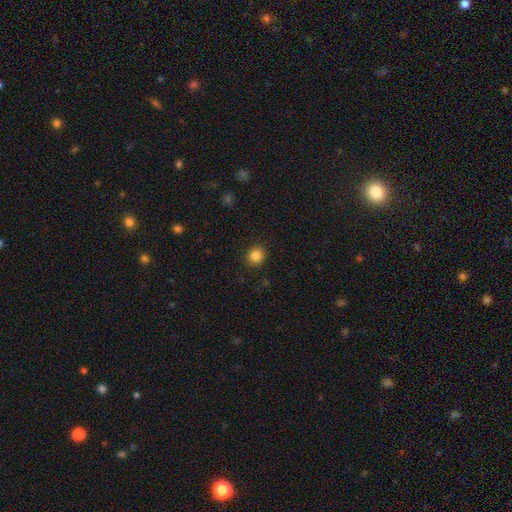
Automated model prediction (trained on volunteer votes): smooth_or_featured: smooth (p=0.85) [alt: star or artifact p=0.11]
how_rounded: round (p=0.80) [alt: in between p=0.19]
merging: none (p=0.91) [alt: minor disturbance p=0.06]